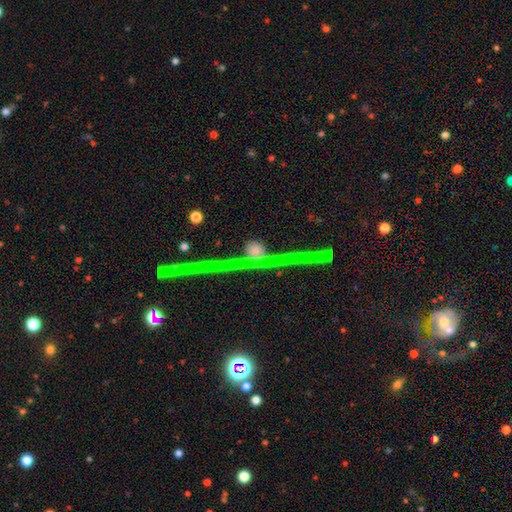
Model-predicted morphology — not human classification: smooth-or-featured: star or artifact: 46% | featured or disk: 32% | smooth: 22%